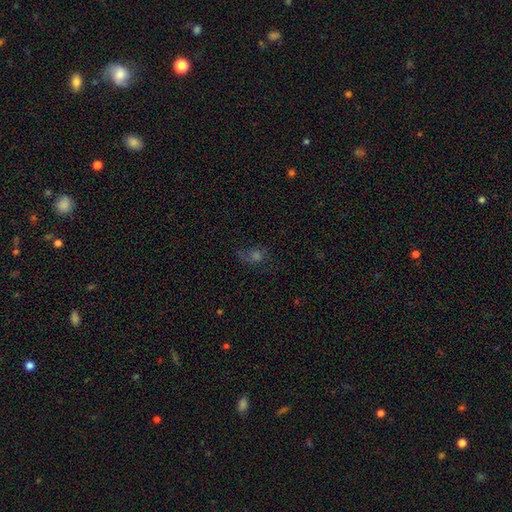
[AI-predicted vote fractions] This appears to be a smooth galaxy with no disk features (41%). Merging: none (49%).